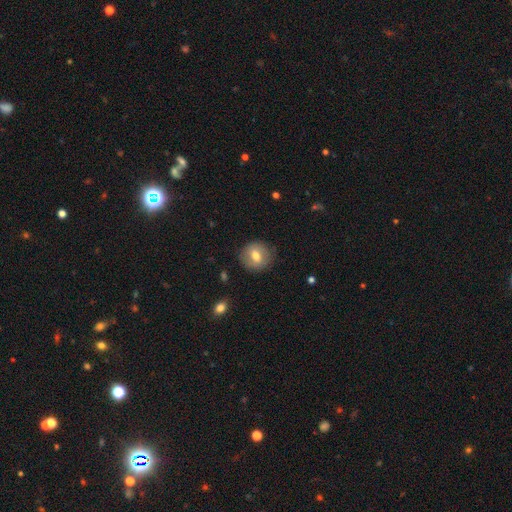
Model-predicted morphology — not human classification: Smooth or featured?
  - smooth: 62% *
  - featured or disk: 30%
  - star or artifact: 9%
How rounded?
  - round: 81% *
  - in between: 18%
  - cigar-shaped: 1%
Merging?
  - none: 84% *
  - minor disturbance: 11%
  - major disturbance: 3%
  - merger: 1%